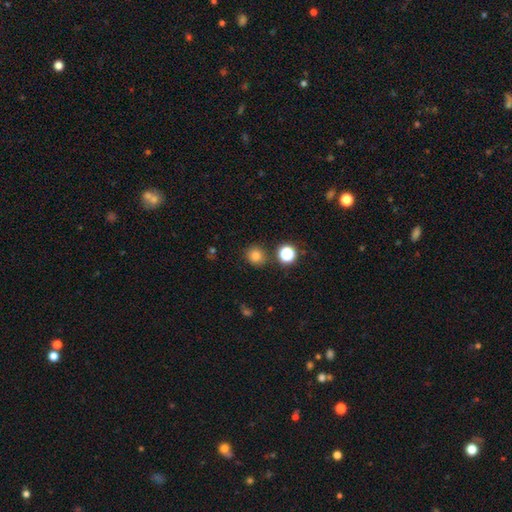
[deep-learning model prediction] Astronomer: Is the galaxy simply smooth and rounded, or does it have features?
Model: smooth — 80%.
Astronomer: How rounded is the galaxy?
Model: round — 87%.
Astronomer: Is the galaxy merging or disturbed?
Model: none — 84%.